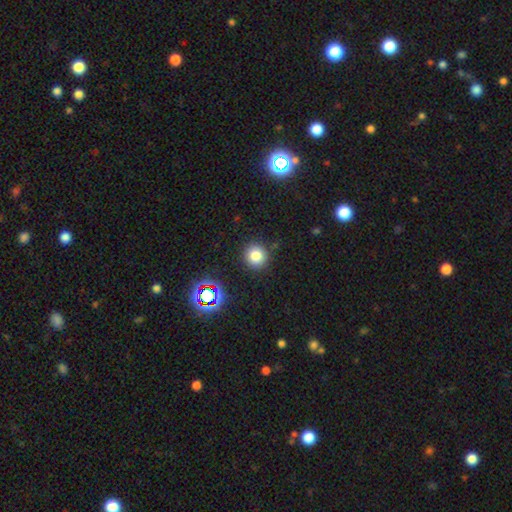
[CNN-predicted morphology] This appears to be a smooth galaxy with no disk features (78%) that is round (91%). Merging: none (88%).